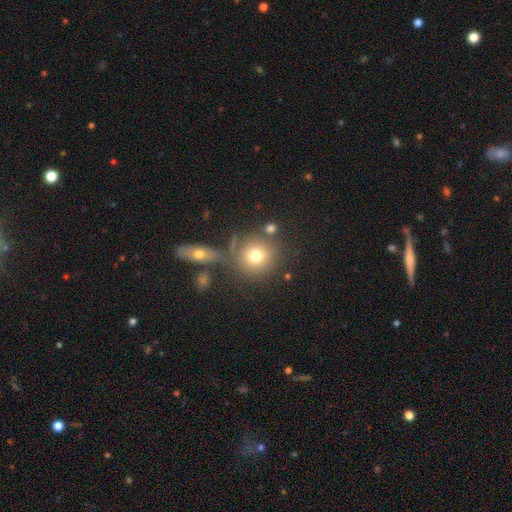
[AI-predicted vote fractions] smooth-or-featured: smooth: 74% | featured or disk: 14% | star or artifact: 13%
  how-rounded: round: 90% | in between: 9% | cigar-shaped: 1%
  merging: none: 69% | merger: 15% | minor disturbance: 11% | major disturbance: 5%